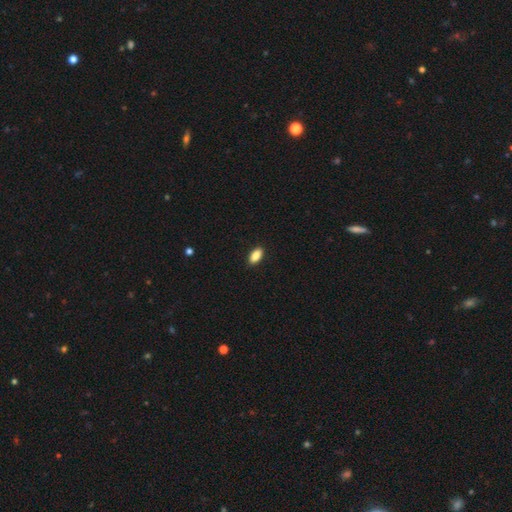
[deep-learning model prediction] Smooth or featured? smooth (88%)
How rounded? in between (90%)
Merging? none (89%)